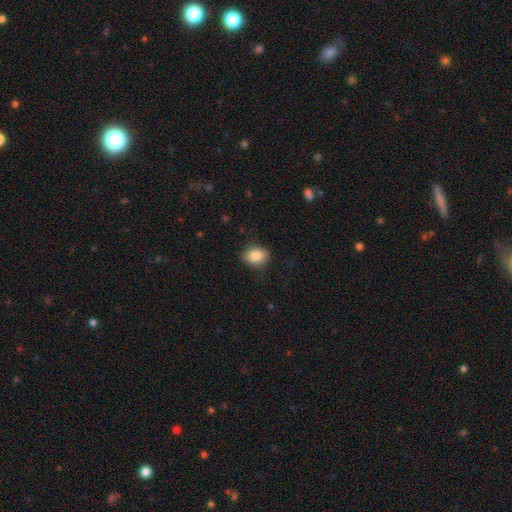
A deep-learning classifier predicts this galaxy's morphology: type=smooth (85%); roundness=in between (57%); merging=none (80%).